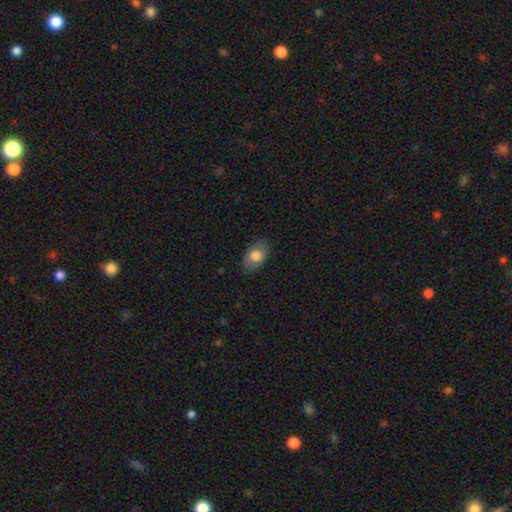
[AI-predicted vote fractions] Smooth or featured? Predicted: smooth (p=0.76). How rounded? Predicted: in between (p=0.89). Merging? Predicted: none (p=0.81).